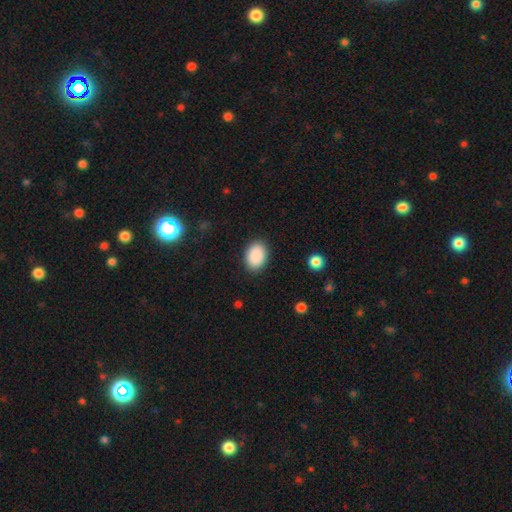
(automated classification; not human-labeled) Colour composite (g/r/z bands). It shows a smooth galaxy with no disk features (90%) that is in between round and cigar-shaped (79%). Merging: none (88%).